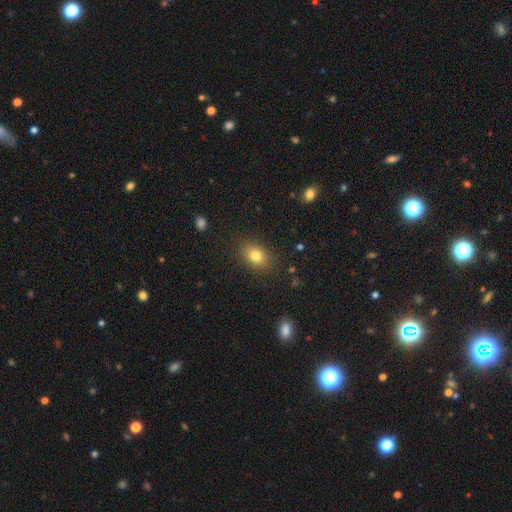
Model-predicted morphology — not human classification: Smooth or featured? Predicted: smooth (p=0.80). How rounded? Predicted: in between (p=0.75). Merging? Predicted: none (p=0.85).